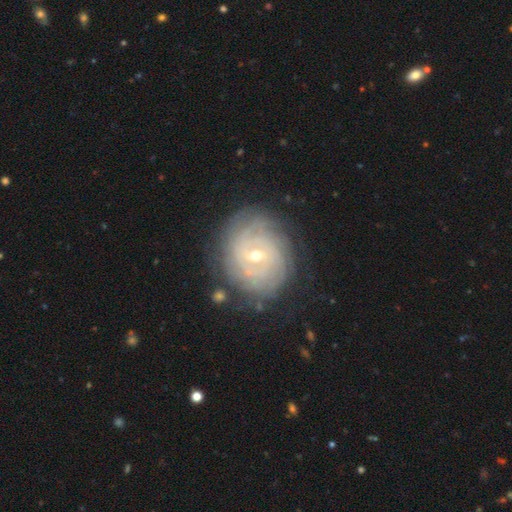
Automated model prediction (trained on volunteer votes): Morphology: type=featured or disk (84%); edge-on=no (97%); bar=weak (48%); spiral arms=yes (94%); winding=tight (81%); arm count=can't tell (42%); bulge=small (60%); merging=none (80%).